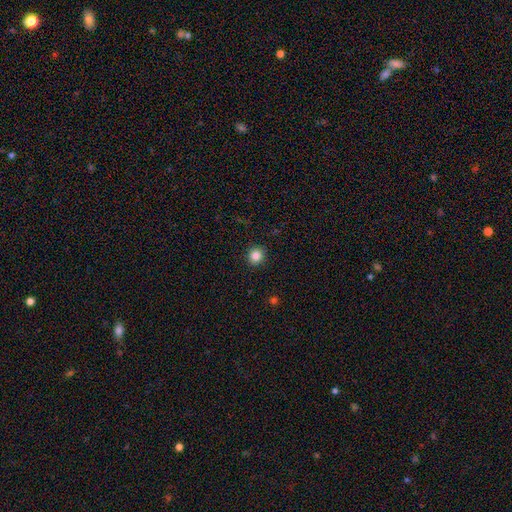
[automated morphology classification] This is clearly a smooth galaxy (84%). How rounded: clearly round (90%). Merging: clearly none (92%).